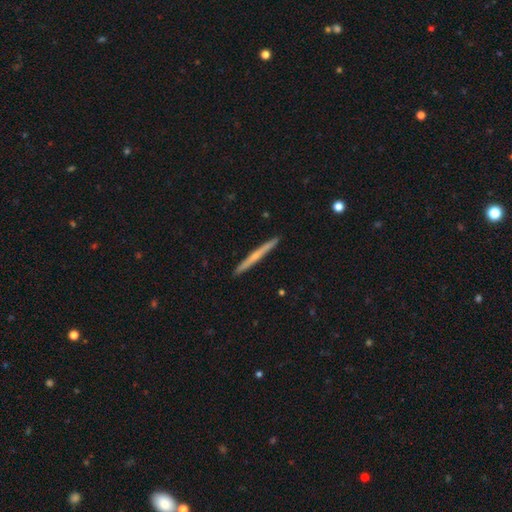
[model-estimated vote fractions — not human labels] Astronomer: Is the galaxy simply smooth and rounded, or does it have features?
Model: featured or disk — 55% (runner-up: smooth, 39%).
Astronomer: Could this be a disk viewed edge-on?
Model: yes — 98%.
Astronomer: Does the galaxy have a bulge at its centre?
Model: none — 53% (runner-up: rounded, 42%).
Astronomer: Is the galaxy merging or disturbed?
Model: none — 93%.